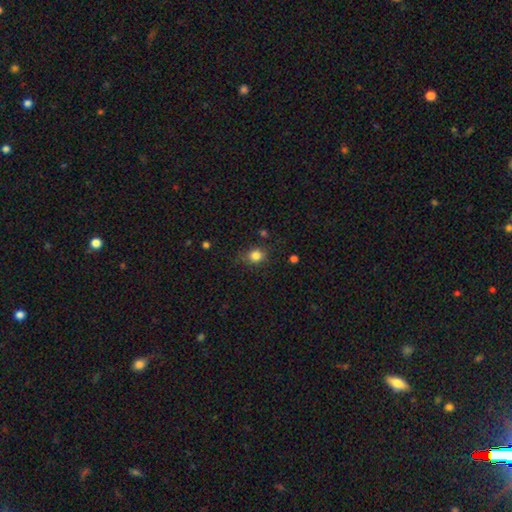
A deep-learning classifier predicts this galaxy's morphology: smooth-or-featured: smooth: 83% | star or artifact: 11% | featured or disk: 6%
  how-rounded: round: 66% | in between: 33% | cigar-shaped: 1%
  merging: none: 74% | minor disturbance: 19% | major disturbance: 5% | merger: 2%